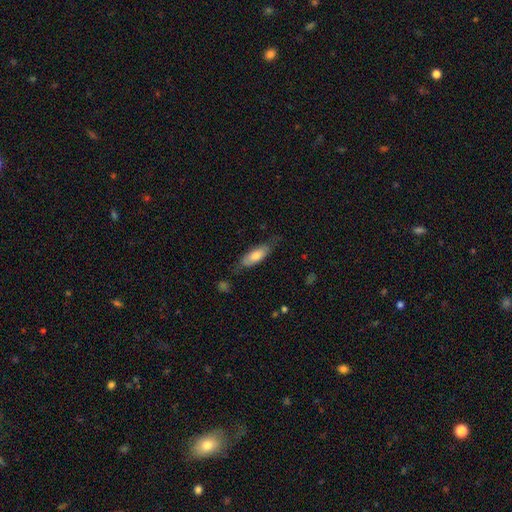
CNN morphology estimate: This appears to be a smooth galaxy with no disk features (69%) that is in between round and cigar-shaped (66%). Merging: none (66%).